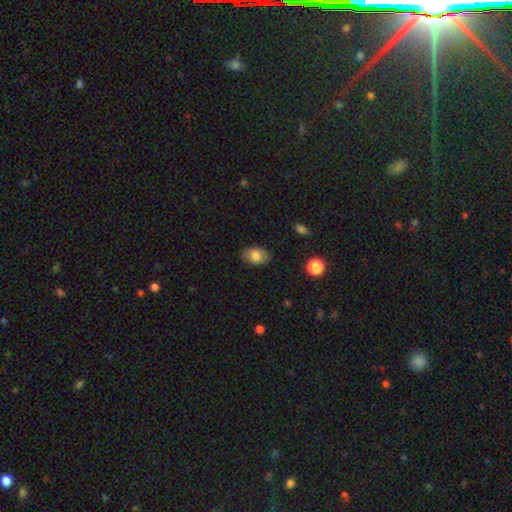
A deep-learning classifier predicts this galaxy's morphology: smooth-or-featured: smooth: 80% | featured or disk: 12% | star or artifact: 8%
  how-rounded: in between: 83% | round: 16% | cigar-shaped: 1%
  merging: none: 84% | minor disturbance: 12% | major disturbance: 3% | merger: 1%